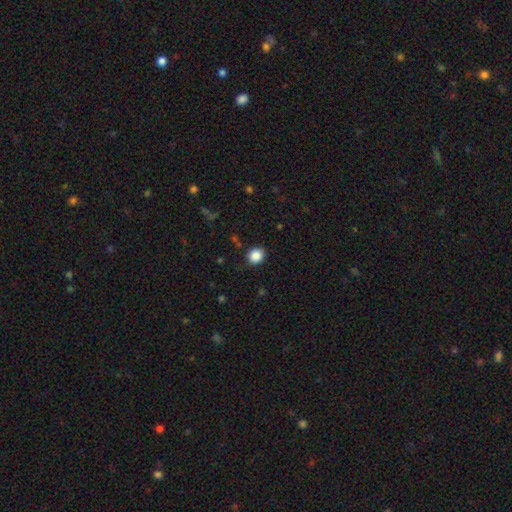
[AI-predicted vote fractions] Smooth or featured?
  - smooth: 87% *
  - star or artifact: 10%
  - featured or disk: 3%
How rounded?
  - round: 82% *
  - in between: 17%
  - cigar-shaped: 1%
Merging?
  - none: 89% *
  - minor disturbance: 8%
  - major disturbance: 2%
  - merger: 1%